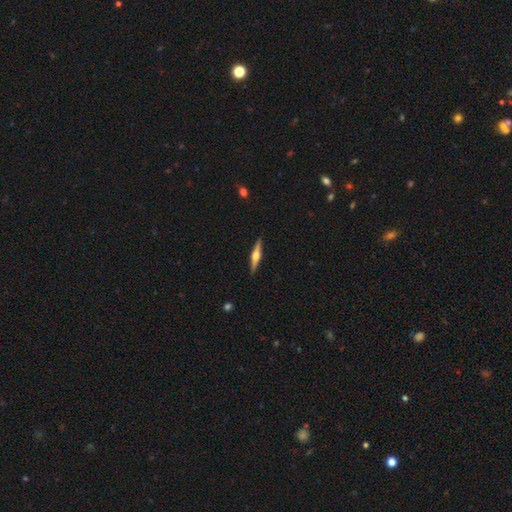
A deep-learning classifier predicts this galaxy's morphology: Smooth or featured? Predicted: featured or disk (p=0.73). Edge-on disk? Predicted: yes (p=0.98). Edge-on bulge? Predicted: rounded (p=0.92). Merging? Predicted: none (p=0.91).